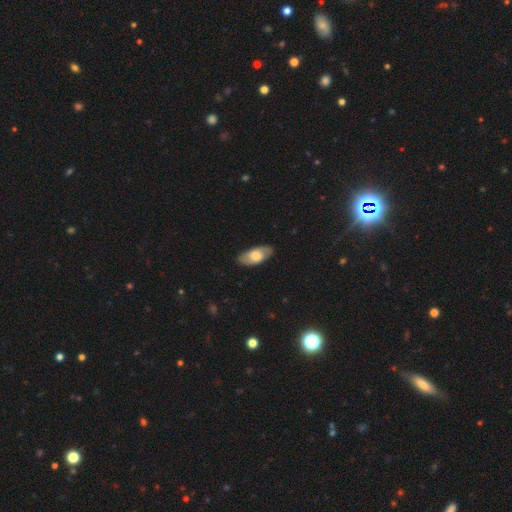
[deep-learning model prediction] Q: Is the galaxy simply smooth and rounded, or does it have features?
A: smooth — 58%.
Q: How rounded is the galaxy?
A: in between — 89%.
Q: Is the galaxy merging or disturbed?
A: none — 83%.